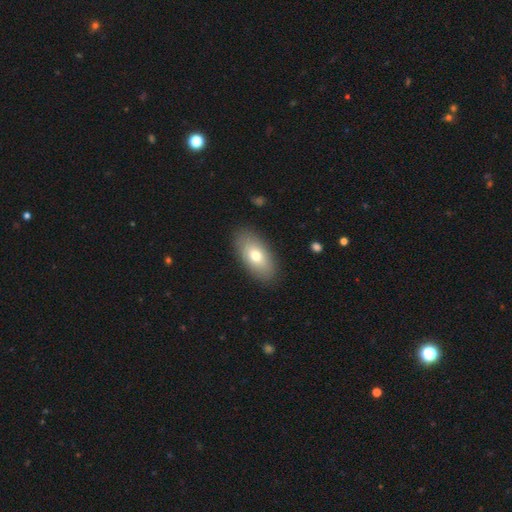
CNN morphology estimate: Q: Smooth or featured?
A: smooth (74%); runner-up: featured or disk (19%)
Q: How rounded?
A: in between (92%); runner-up: cigar-shaped (4%)
Q: Merging?
A: none (87%); runner-up: minor disturbance (9%)